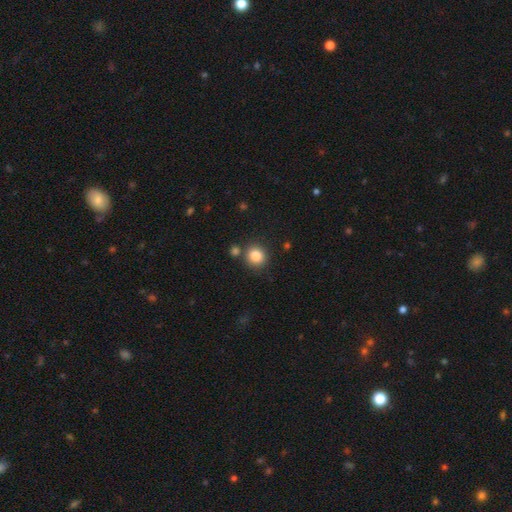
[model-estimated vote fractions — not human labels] smooth 85%, star or artifact 10%, featured or disk 5%. Down the decision tree: how rounded — round (88%); merging — none (80%).